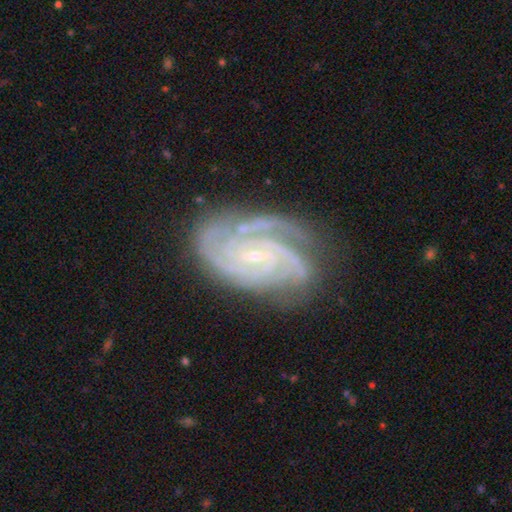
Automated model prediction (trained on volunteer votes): This is clearly a featured or disk galaxy (91%). It is clearly not viewed edge-on (97%). Bar: possibly no (46%). Spiral arm pattern: clearly yes (99%). Spiral arm count: marginally 3 (39%). Spiral winding: likely tight (70%). Central bulge: clearly small (82%). Merging: likely none (72%).